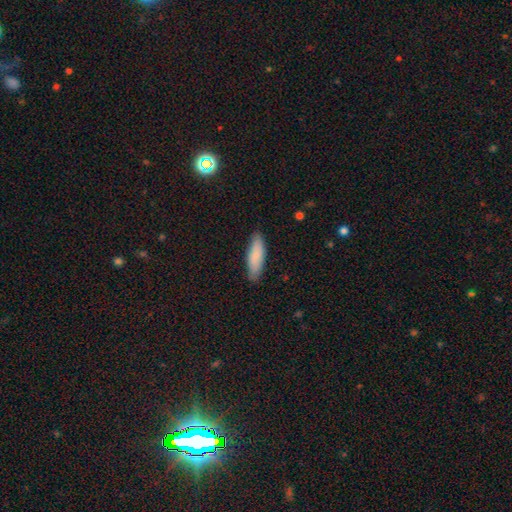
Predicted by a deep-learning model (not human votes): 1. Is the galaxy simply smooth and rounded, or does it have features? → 85% smooth, 9% featured or disk, 6% star or artifact.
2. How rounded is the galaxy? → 55% cigar-shaped, 43% in between, 1% round.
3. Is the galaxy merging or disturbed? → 84% none, 13% minor disturbance, 2% major disturbance, 1% merger.